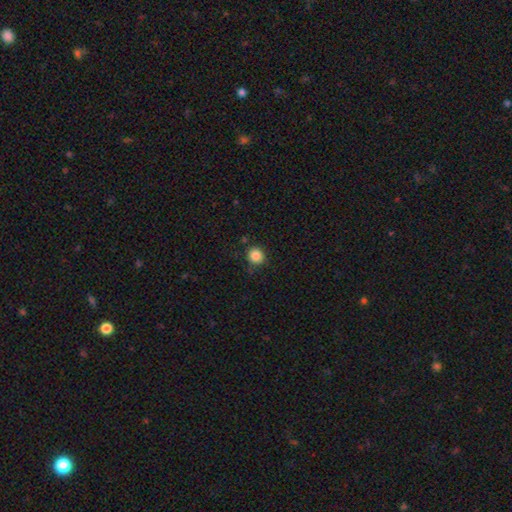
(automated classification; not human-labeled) Overall: smooth (86%). How rounded: round (92%). Merging: none (86%).